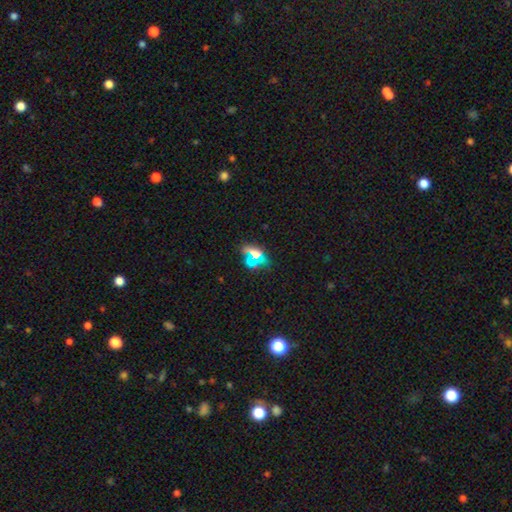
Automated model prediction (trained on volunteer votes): Smooth or featured: smooth — 50% (star or artifact — 27%)
How rounded: in between — 62% (round — 26%)
Merging: none — 48% (merger — 30%)